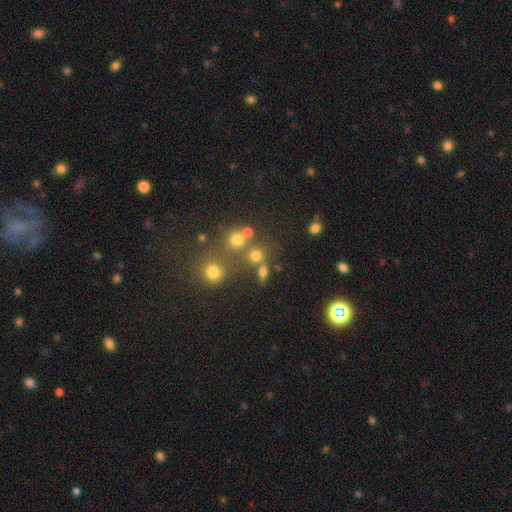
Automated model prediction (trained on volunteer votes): Smooth or featured? Predicted: smooth (p=0.72). How rounded? Predicted: round (p=0.80). Merging? Predicted: none (p=0.61).